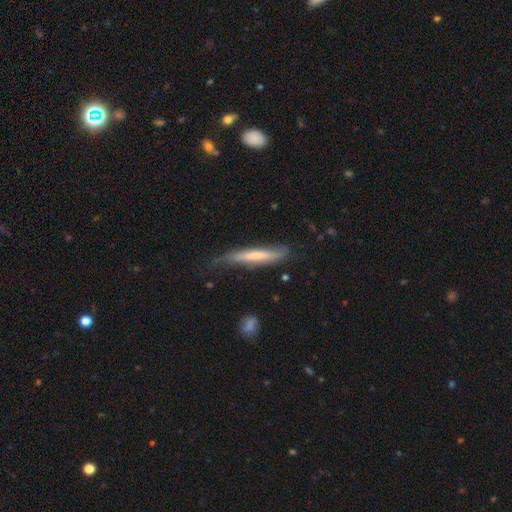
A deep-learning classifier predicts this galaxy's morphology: Smooth or featured: smooth — 51% (featured or disk — 43%)
How rounded: cigar-shaped — 92% (in between — 7%)
Merging: none — 52% (minor disturbance — 33%)